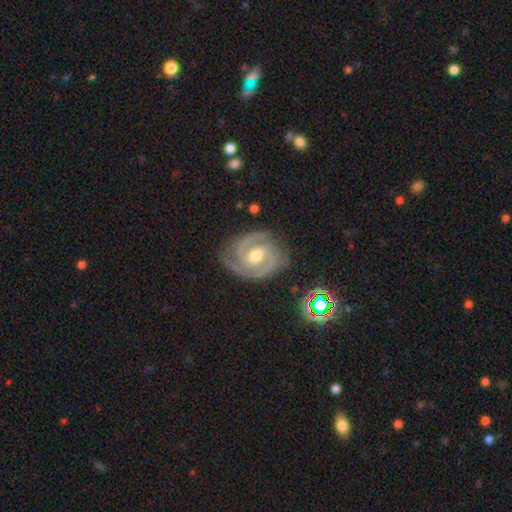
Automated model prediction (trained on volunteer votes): A featured or disk galaxy (92%) with a weak bar (47%), 2 (84%) tight (58%) spiral arms (99%) and a moderate central bulge (74%). Merging: none (80%).